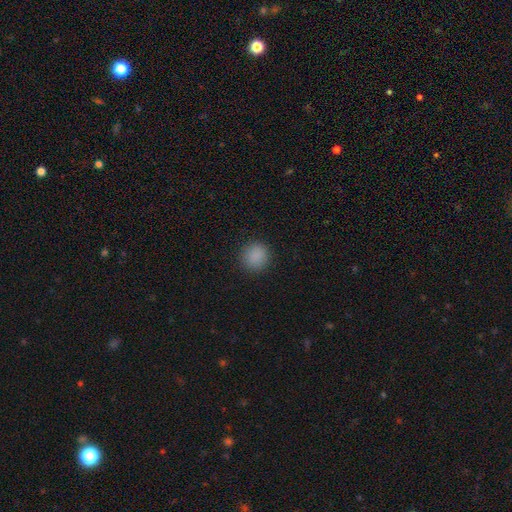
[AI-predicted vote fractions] Morphology: type=smooth (87%); roundness=round (92%); merging=none (90%).